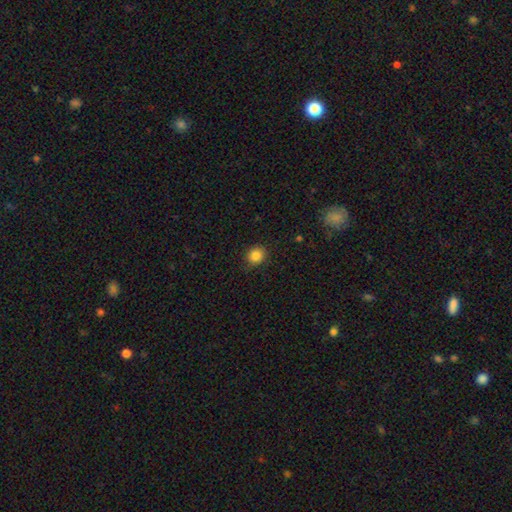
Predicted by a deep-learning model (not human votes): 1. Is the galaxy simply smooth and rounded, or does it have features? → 85% smooth, 10% star or artifact, 5% featured or disk.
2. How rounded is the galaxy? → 80% round, 19% in between, 1% cigar-shaped.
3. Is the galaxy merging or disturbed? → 87% none, 10% minor disturbance, 2% major disturbance, 1% merger.